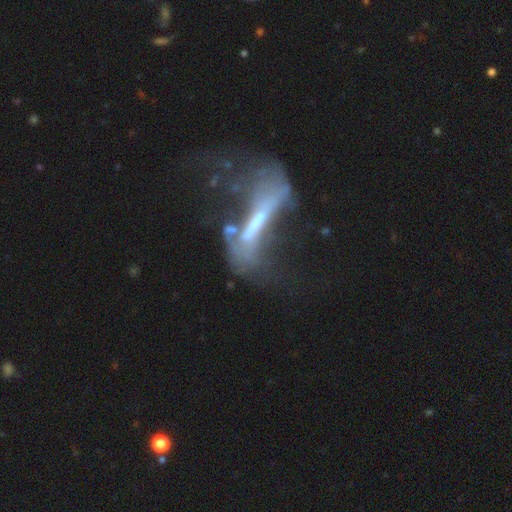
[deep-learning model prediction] Smooth or featured? Predicted: featured or disk (p=0.68). Edge-on disk? Predicted: no (p=0.66). Merging? Predicted: major disturbance (p=0.43).